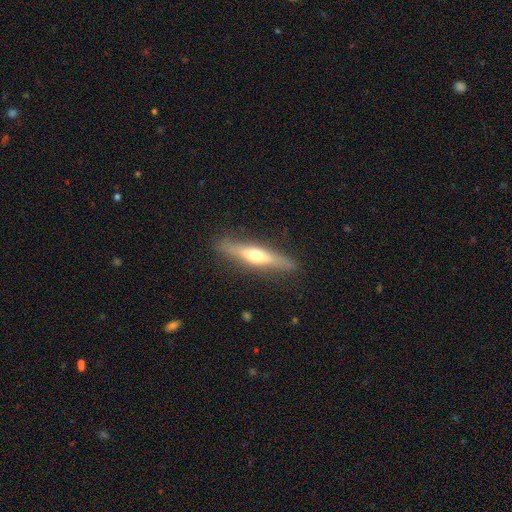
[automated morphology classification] Overall: featured or disk (56%; smooth 38%). Edge-on disk: yes (91%). Edge-on bulge: rounded (90%). Merging: none (87%).